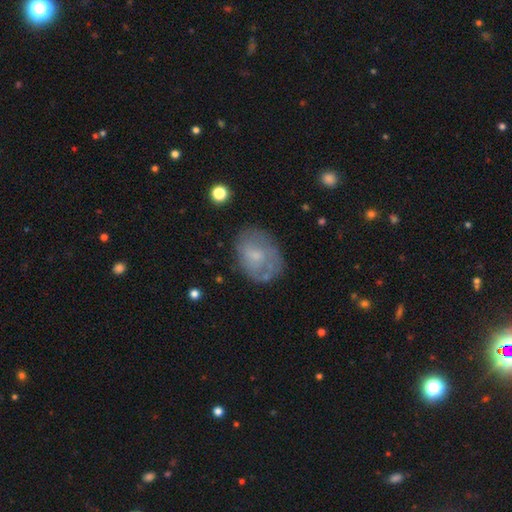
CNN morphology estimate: This appears to be a featured or disk galaxy (48%). Merging: none (64%).